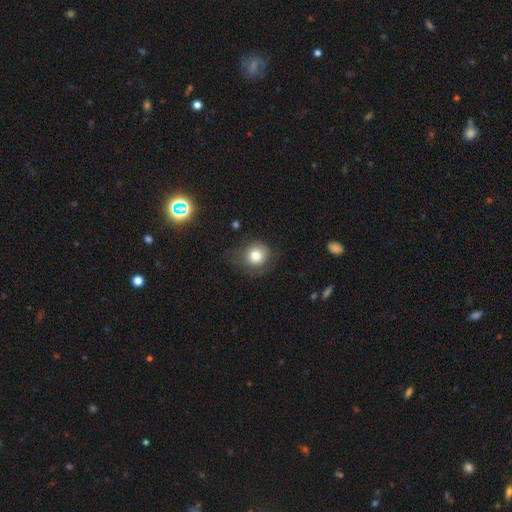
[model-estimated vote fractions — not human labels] Smooth or featured? Predicted: smooth (p=0.79). How rounded? Predicted: round (p=0.85). Merging? Predicted: none (p=0.69).